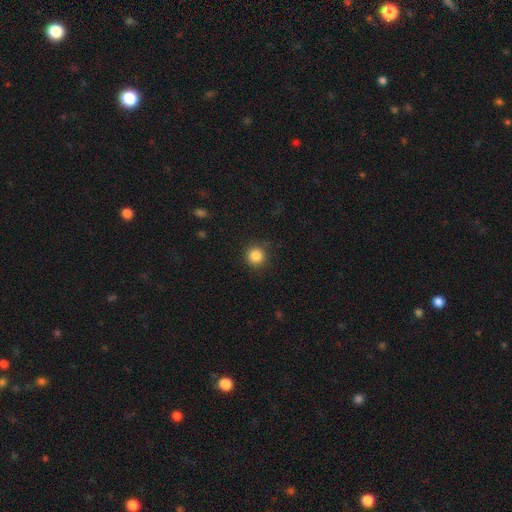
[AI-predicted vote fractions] A smooth galaxy with no disk features (86%) that is round (94%).

Vote fractions:
- Smooth or featured? smooth: 86% / star or artifact: 11% / featured or disk: 4%
- How rounded? round: 94% / in between: 5% / cigar-shaped: 1%
- Merging? none: 88% / minor disturbance: 8% / major disturbance: 3% / merger: 1%